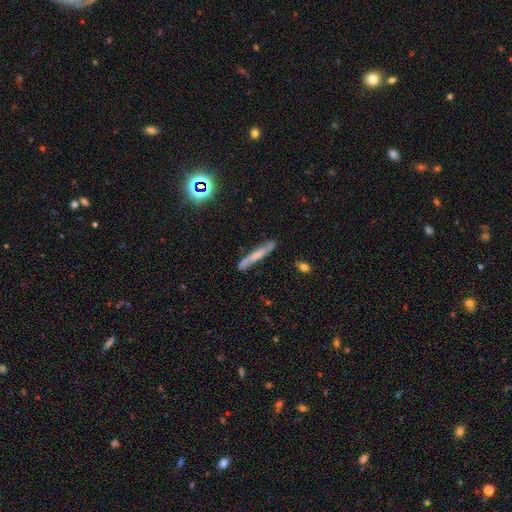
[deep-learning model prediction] Smooth or featured? featured or disk (45%)
Merging? none (77%)